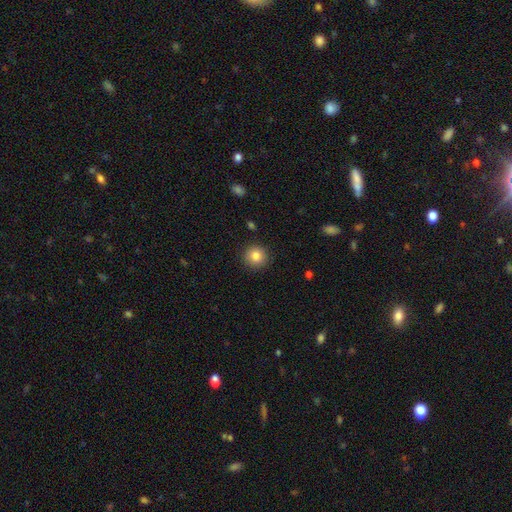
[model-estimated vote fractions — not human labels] Smooth or featured?
  - smooth: 83% *
  - star or artifact: 10%
  - featured or disk: 7%
How rounded?
  - round: 93% *
  - in between: 6%
  - cigar-shaped: 1%
Merging?
  - none: 90% *
  - minor disturbance: 6%
  - major disturbance: 2%
  - merger: 1%